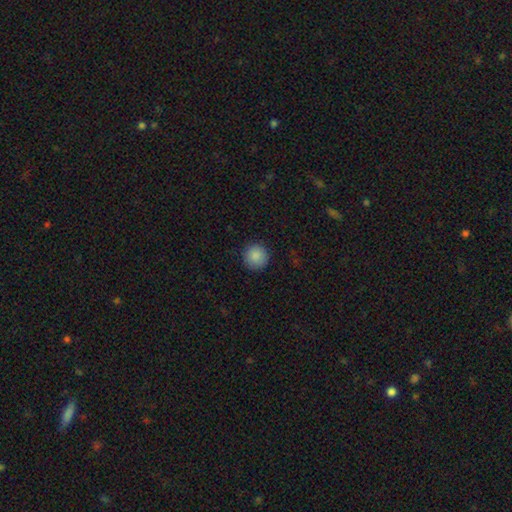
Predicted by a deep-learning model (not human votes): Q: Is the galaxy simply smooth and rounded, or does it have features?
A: smooth — 89%.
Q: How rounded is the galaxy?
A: round — 95%.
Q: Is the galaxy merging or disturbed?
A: none — 91%.